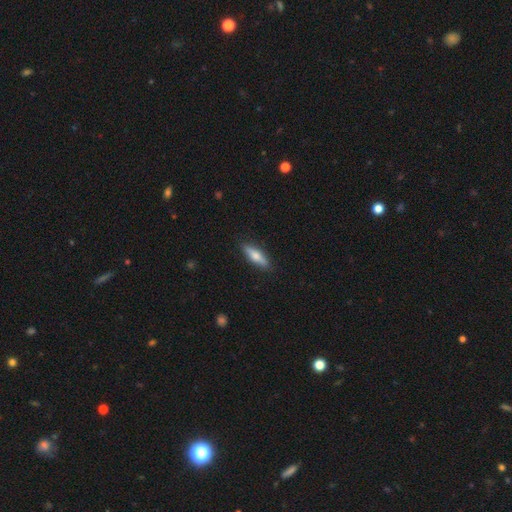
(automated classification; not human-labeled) The model was most divided on "how rounded": cigar-shaped: 62%, in between: 36%, round: 2%. More confident: merging — none (88%); smooth or featured — smooth (62%).